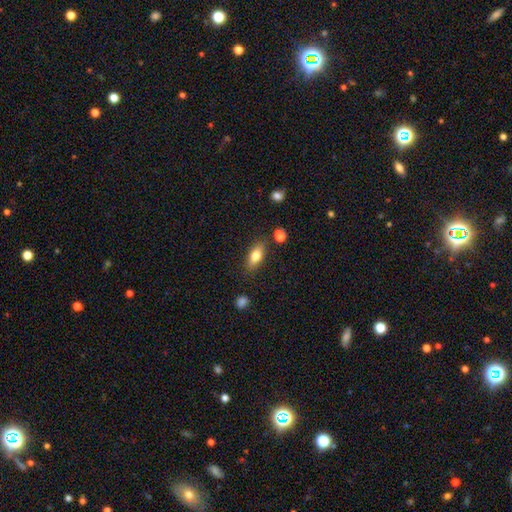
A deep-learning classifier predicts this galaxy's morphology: A smooth galaxy with no disk features (75%) that is in between round and cigar-shaped (78%).

Vote fractions:
- Smooth or featured? smooth: 75% / featured or disk: 17% / star or artifact: 8%
- How rounded? in between: 78% / cigar-shaped: 17% / round: 5%
- Merging? none: 81% / minor disturbance: 12% / merger: 4% / major disturbance: 3%